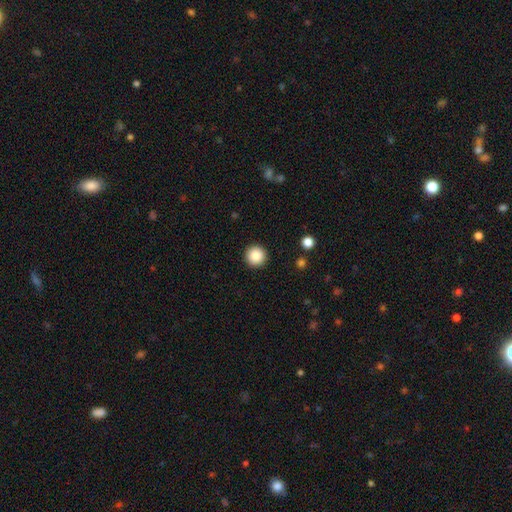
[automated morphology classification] A smooth galaxy with no disk features (87%) that is round (96%).

Vote fractions:
- Smooth or featured? smooth: 87% / star or artifact: 9% / featured or disk: 4%
- How rounded? round: 96% / in between: 3% / cigar-shaped: 1%
- Merging? none: 93% / minor disturbance: 4% / major disturbance: 2% / merger: 1%